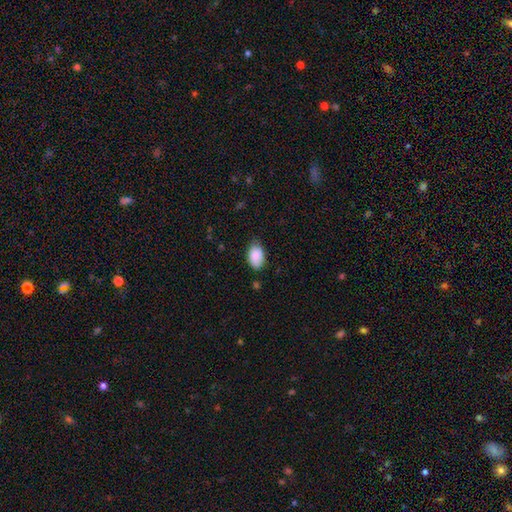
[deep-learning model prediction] This appears to be a smooth galaxy with no disk features (89%) that is in between round and cigar-shaped (92%). Merging: none (73%).